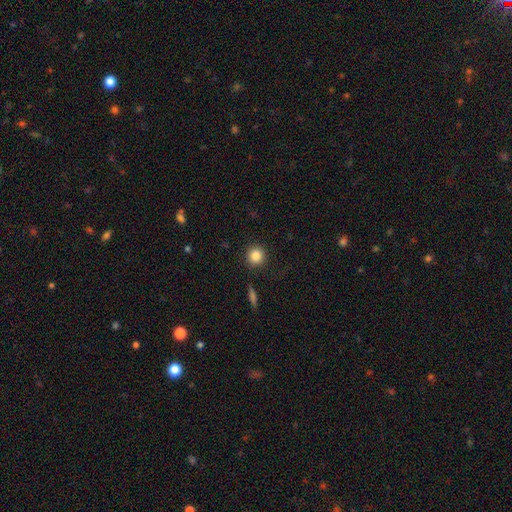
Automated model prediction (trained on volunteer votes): Smooth or featured? smooth (85%)
How rounded? round (93%)
Merging? none (90%)